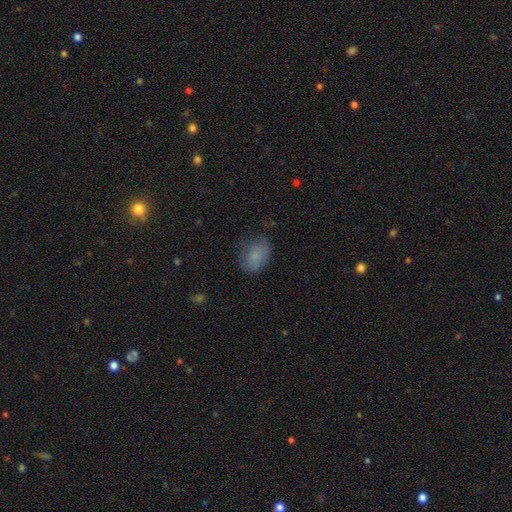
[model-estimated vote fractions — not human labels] A smooth galaxy with no disk features (78%) that is in between round and cigar-shaped (74%). Merging: none (59%).